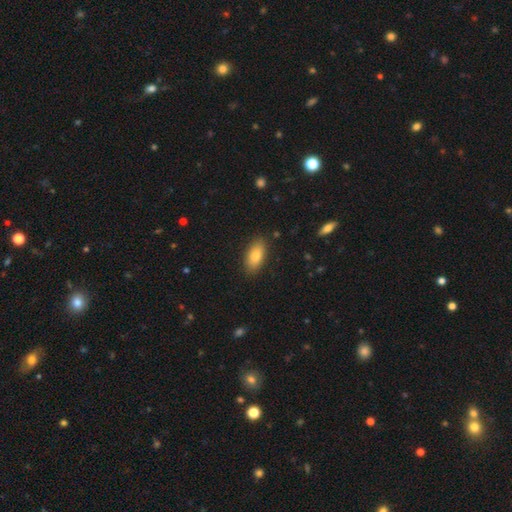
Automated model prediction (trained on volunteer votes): This is clearly a smooth galaxy (81%). How rounded: clearly in between (88%). Merging: clearly none (87%).